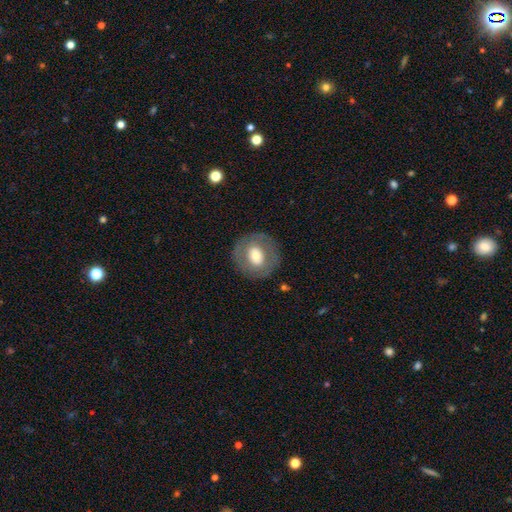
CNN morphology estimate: Smooth or featured? smooth (55%)
How rounded? round (79%)
Merging? none (82%)